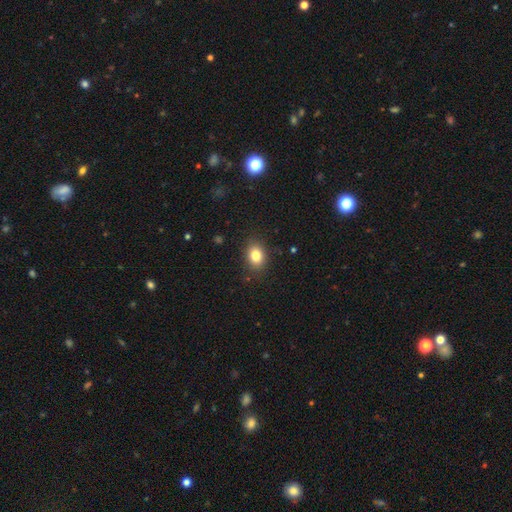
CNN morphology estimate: This is clearly a smooth galaxy (83%). How rounded: likely in between (66%). Merging: clearly none (86%).